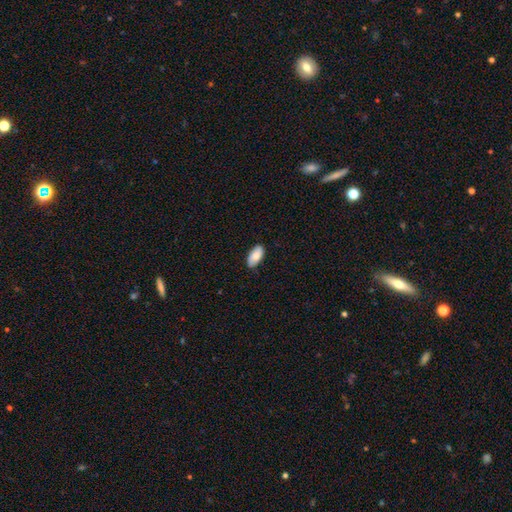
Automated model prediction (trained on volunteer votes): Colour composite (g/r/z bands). It shows a smooth galaxy with no disk features (80%) that is in between round and cigar-shaped (94%). Merging: none (85%).